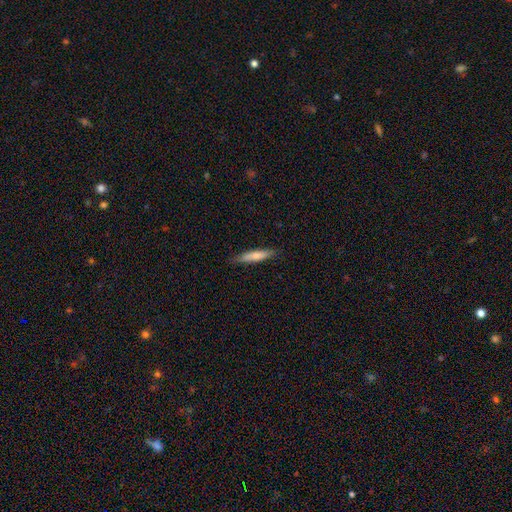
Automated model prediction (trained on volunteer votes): smooth 70%, featured or disk 25%, star or artifact 6%. Down the decision tree: how rounded — cigar-shaped (86%); merging — none (84%).